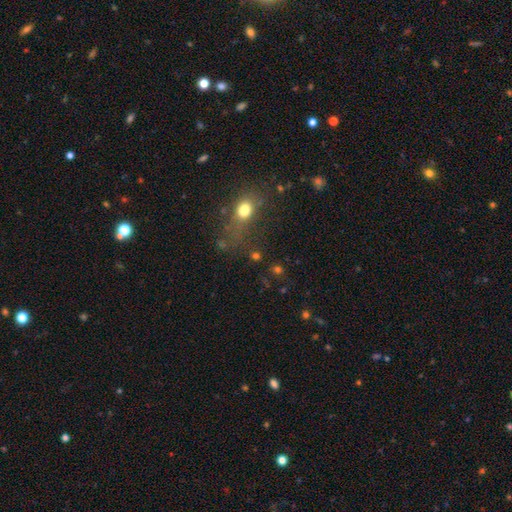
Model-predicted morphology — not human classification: Smooth or featured? Predicted: smooth (p=0.54). How rounded? Predicted: round (p=0.52). Merging? Predicted: none (p=0.55).